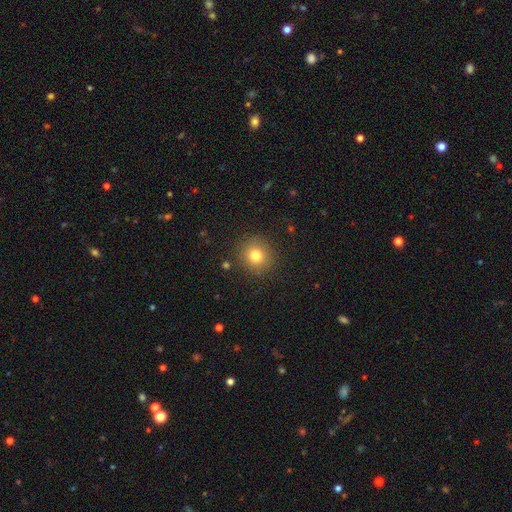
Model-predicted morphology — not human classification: Q: Smooth or featured?
A: smooth (78%); runner-up: star or artifact (13%)
Q: How rounded?
A: round (91%); runner-up: in between (8%)
Q: Merging?
A: none (88%); runner-up: minor disturbance (8%)